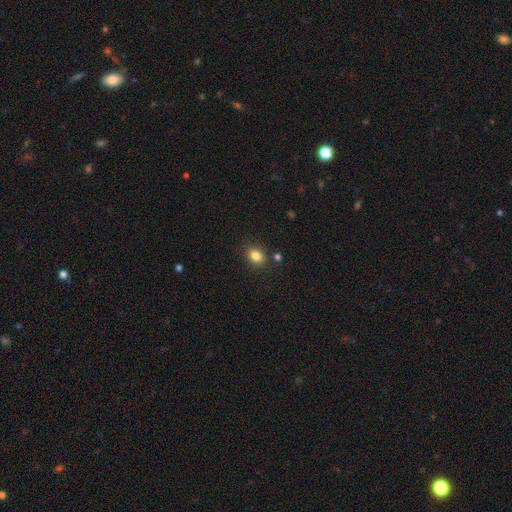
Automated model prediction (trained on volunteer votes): smooth_or_featured: smooth (p=0.83) [alt: star or artifact p=0.11]
how_rounded: in between (p=0.53) [alt: round p=0.46]
merging: none (p=0.83) [alt: minor disturbance p=0.10]